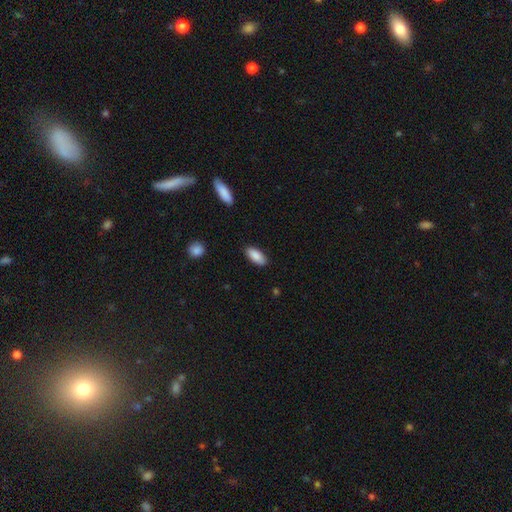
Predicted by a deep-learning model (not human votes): The model was most divided on "how rounded": in between: 86%, cigar-shaped: 12%, round: 2%. More confident: smooth or featured — smooth (88%); merging — none (87%).